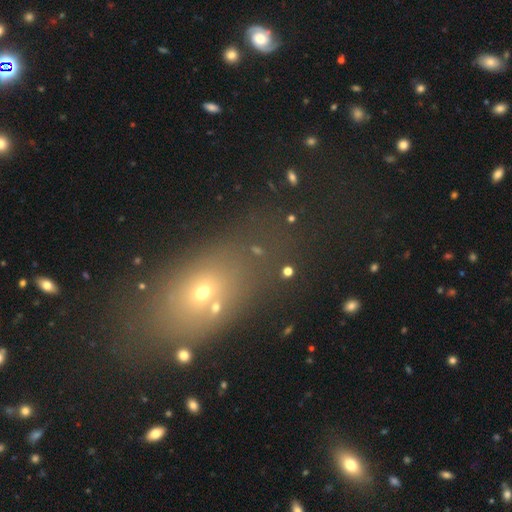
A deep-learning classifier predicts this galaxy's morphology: Smooth or featured? smooth (52%)
How rounded? in between (65%)
Merging? none (73%)